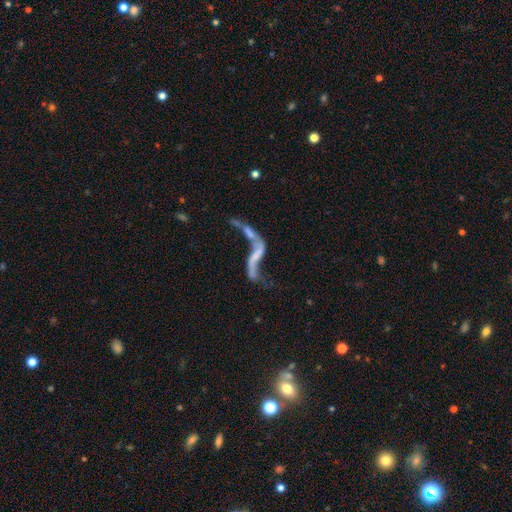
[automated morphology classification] Q: Smooth or featured?
A: featured or disk (77%); runner-up: smooth (13%)
Q: Edge-on disk?
A: no (90%); runner-up: yes (10%)
Q: Bar?
A: no (50%); runner-up: weak (29%)
Q: Spiral arms?
A: yes (70%); runner-up: no (30%)
Q: Bulge size?
A: none (57%); runner-up: small (30%)
Q: Merging?
A: merger (40%); runner-up: none (25%)